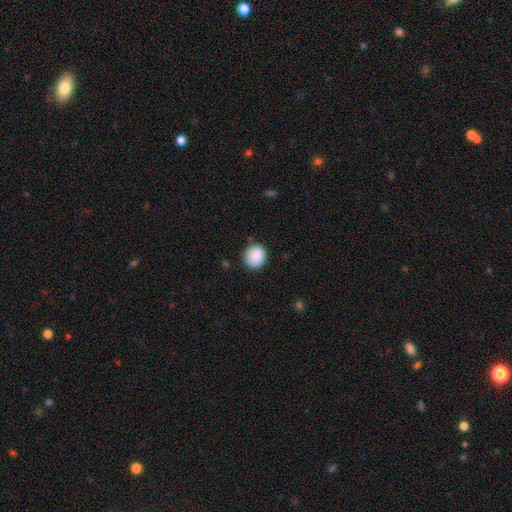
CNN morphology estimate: A smooth galaxy with no disk features (89%) that is round (84%).

Vote fractions:
- Smooth or featured? smooth: 89% / star or artifact: 8% / featured or disk: 3%
- How rounded? round: 84% / in between: 15% / cigar-shaped: 1%
- Merging? none: 86% / minor disturbance: 10% / major disturbance: 2% / merger: 1%